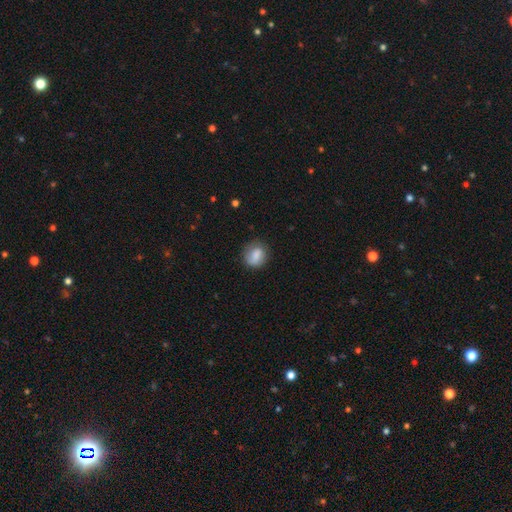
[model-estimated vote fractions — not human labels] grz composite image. It shows a smooth galaxy with no disk features (79%) that is round (61%). Merging: none (72%).